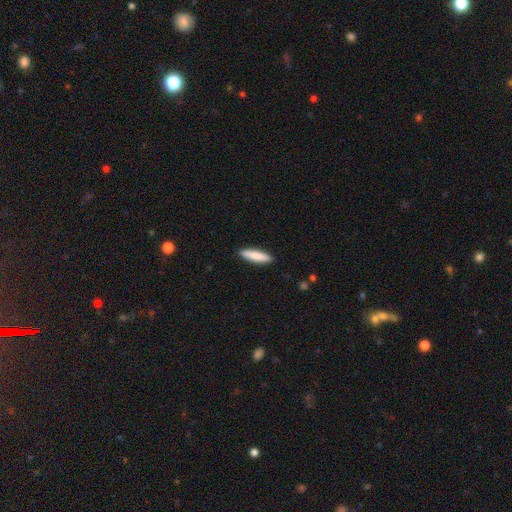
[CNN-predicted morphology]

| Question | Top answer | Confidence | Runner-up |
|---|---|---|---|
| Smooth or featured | smooth | 85% | featured or disk (10%) |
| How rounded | cigar-shaped | 77% | in between (21%) |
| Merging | none | 91% | minor disturbance (7%) |